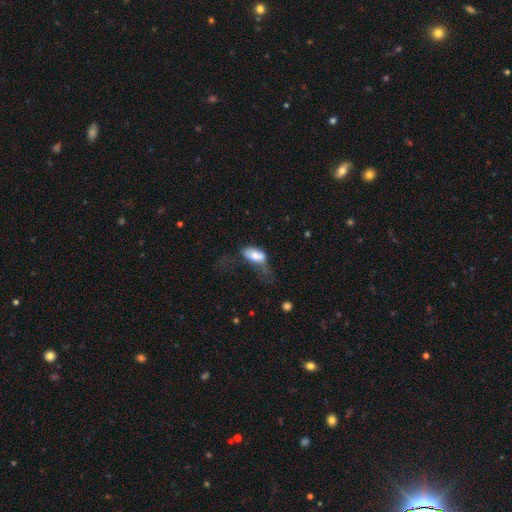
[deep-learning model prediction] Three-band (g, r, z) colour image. It shows a smooth galaxy with no disk features (69%) that is in between round and cigar-shaped (89%). Merging: major disturbance (54%).